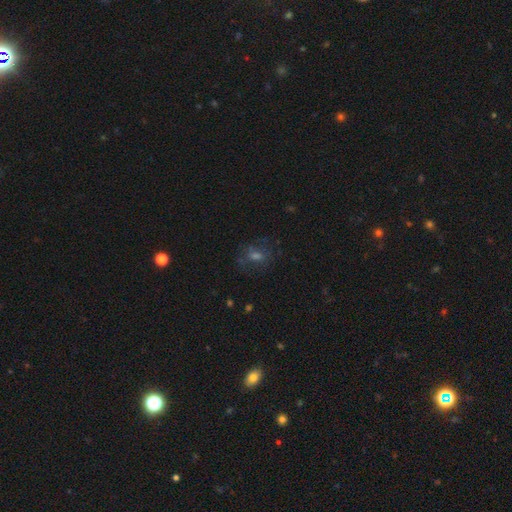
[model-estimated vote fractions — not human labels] Overall: smooth (42%; featured or disk 30%). Merging: none (69%).